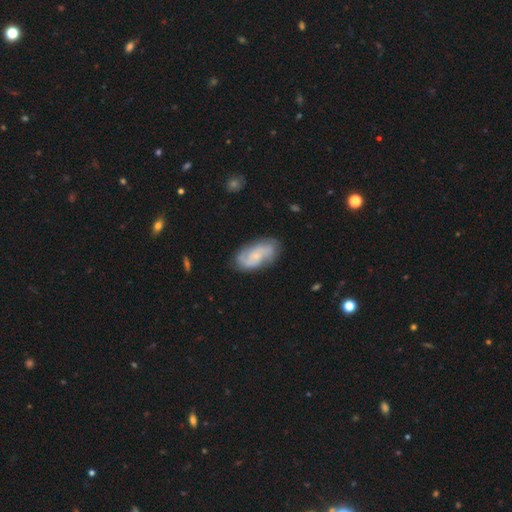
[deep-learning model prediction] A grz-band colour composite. It shows a featured or disk galaxy (65%) with no bar (64%), 2 (59%) medium (43%) spiral arms (90%) and a small central bulge (65%). Merging: none (74%).